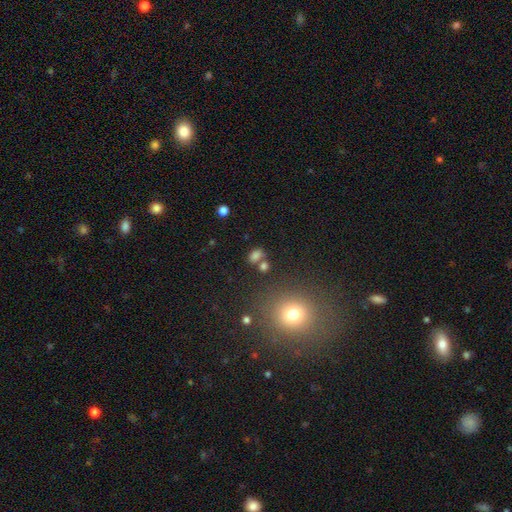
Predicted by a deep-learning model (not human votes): smooth-or-featured: smooth: 73% | star or artifact: 18% | featured or disk: 9%
  how-rounded: in between: 68% | round: 30% | cigar-shaped: 2%
  merging: none: 56% | merger: 26% | minor disturbance: 12% | major disturbance: 6%